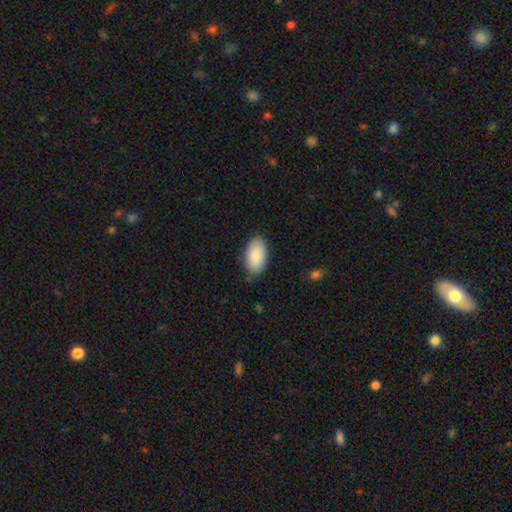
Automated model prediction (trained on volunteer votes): Morphology: type=smooth (89%); roundness=in between (95%); merging=none (79%).